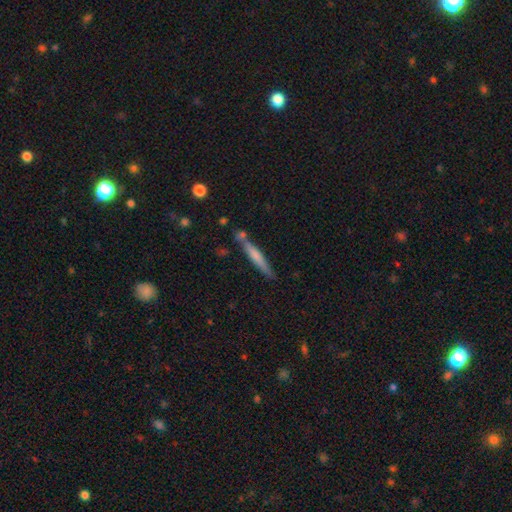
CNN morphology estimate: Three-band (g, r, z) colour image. It shows a smooth galaxy with no disk features (58%) that is cigar-shaped (94%). Merging: none (74%).